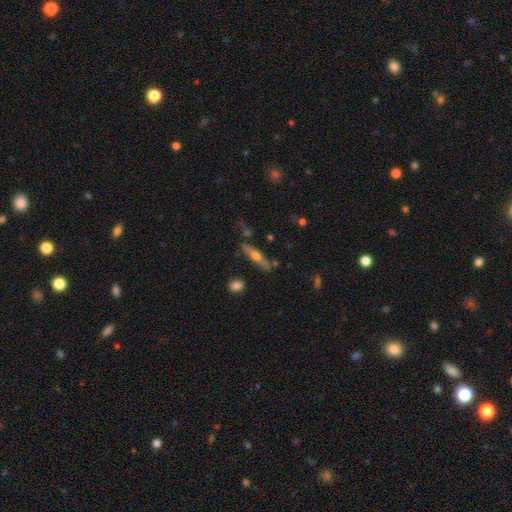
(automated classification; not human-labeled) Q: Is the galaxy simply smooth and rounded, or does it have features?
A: featured or disk — 52%.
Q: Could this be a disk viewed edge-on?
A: yes — 90%.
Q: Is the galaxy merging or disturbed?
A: none — 74%.